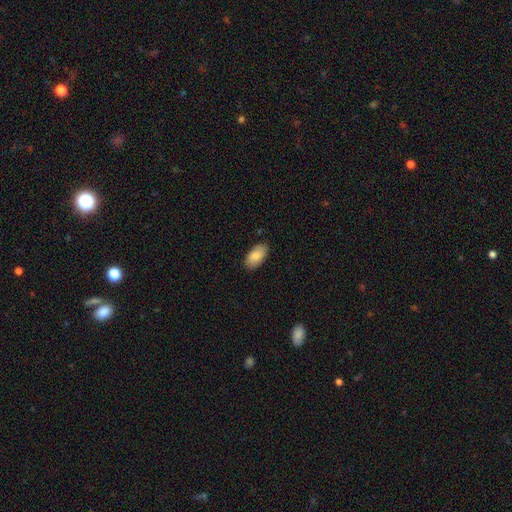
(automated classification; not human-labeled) Smooth or featured?
  - smooth: 83% *
  - featured or disk: 11%
  - star or artifact: 6%
How rounded?
  - in between: 95% *
  - round: 3%
  - cigar-shaped: 3%
Merging?
  - none: 84% *
  - minor disturbance: 13%
  - major disturbance: 2%
  - merger: 1%